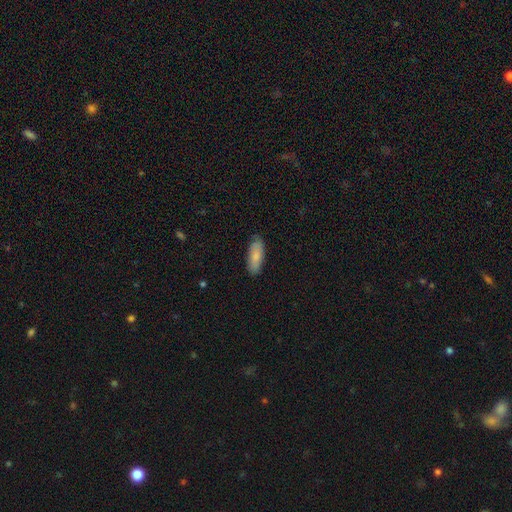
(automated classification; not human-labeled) Smooth or featured? smooth (83%)
How rounded? in between (61%)
Merging? none (85%)